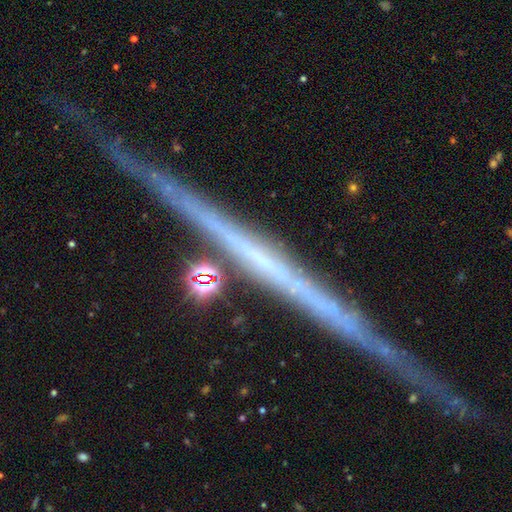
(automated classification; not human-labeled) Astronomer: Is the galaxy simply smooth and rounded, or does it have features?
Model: featured or disk — 82%.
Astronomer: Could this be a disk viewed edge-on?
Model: yes — 97%.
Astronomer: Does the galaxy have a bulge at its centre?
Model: none — 75%.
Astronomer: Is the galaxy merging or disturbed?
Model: none — 78%.